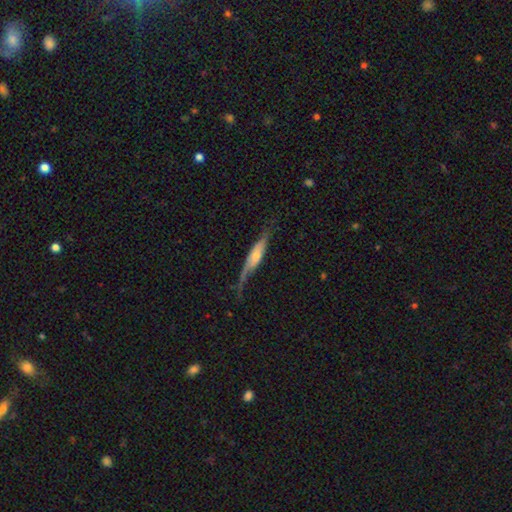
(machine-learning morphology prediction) Overall: featured or disk (56%; smooth 38%). Edge-on disk: yes (62%; no 38%). Merging: none (45%; minor disturbance 30%).